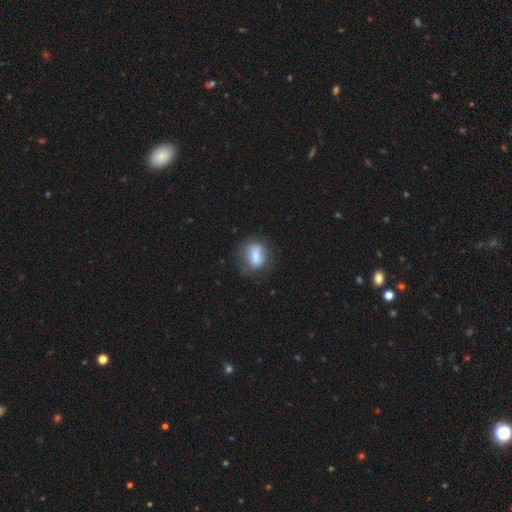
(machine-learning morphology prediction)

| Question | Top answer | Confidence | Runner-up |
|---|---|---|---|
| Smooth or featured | smooth | 73% | featured or disk (18%) |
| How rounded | in between | 63% | round (33%) |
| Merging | none | 58% | minor disturbance (26%) |